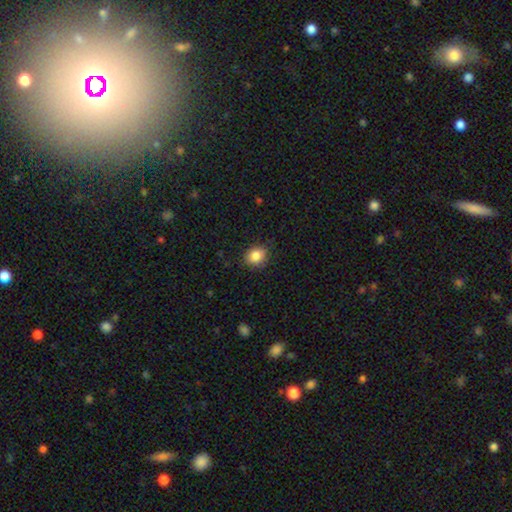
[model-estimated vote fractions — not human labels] A smooth galaxy with no disk features (85%) that is round (59%). Merging: none (84%).